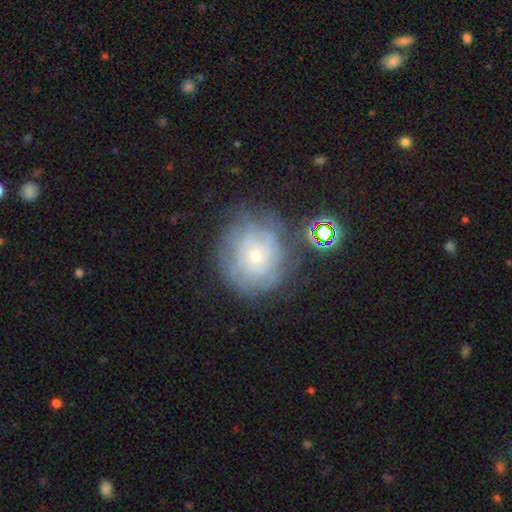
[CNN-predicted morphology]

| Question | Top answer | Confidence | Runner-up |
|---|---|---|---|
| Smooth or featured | featured or disk | 70% | smooth (21%) |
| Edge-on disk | no | 97% | yes (3%) |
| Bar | no | 82% | weak (15%) |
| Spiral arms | yes | 83% | no (17%) |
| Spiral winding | tight | 76% | medium (18%) |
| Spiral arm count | can't tell | 56% | 4 (11%) |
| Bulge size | small | 70% | moderate (26%) |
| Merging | none | 67% | minor disturbance (19%) |